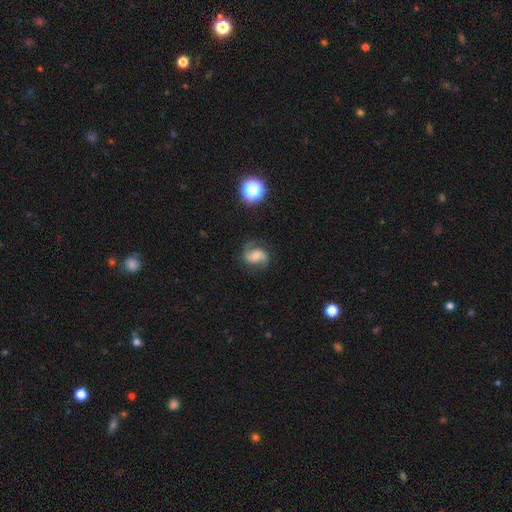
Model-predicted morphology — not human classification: A featured or disk galaxy (77%) with no bar (47%), 2 (91%) medium (48%) spiral arms (96%) and a moderate central bulge (45%). Merging: none (76%).